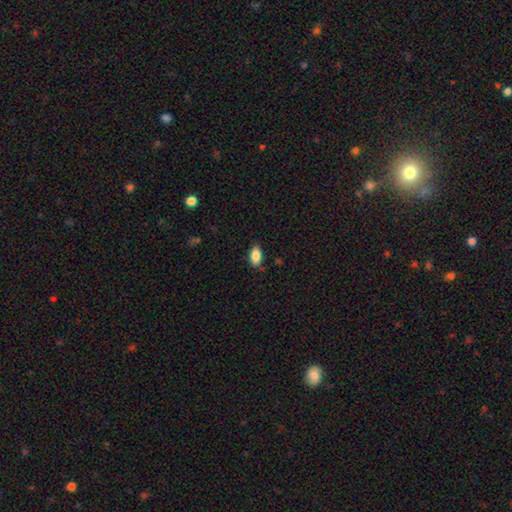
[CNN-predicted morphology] Smooth or featured? smooth (87%)
How rounded? in between (91%)
Merging? none (84%)